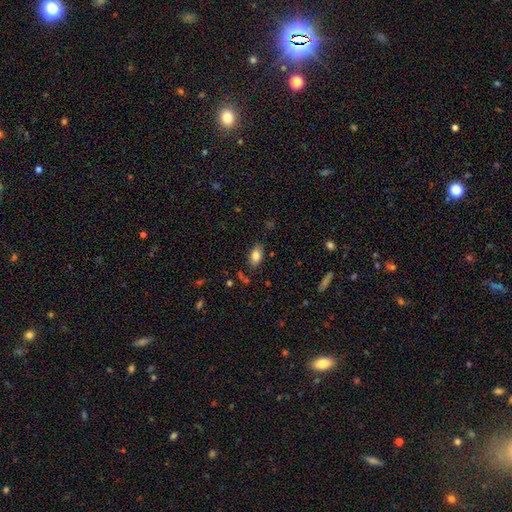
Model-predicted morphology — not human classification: A smooth galaxy with no disk features (79%) that is in between round and cigar-shaped (90%). Merging: none (80%).